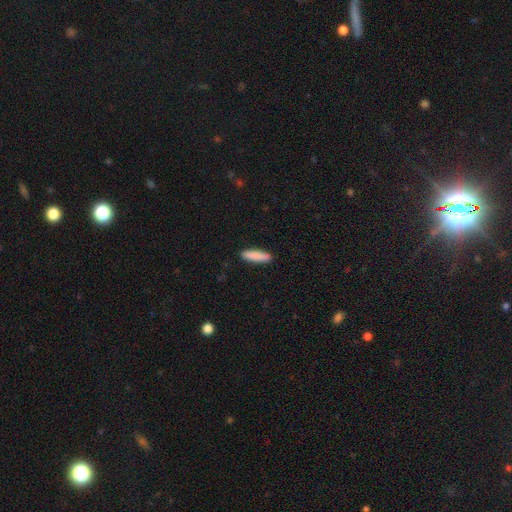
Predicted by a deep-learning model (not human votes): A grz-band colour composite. It shows a smooth galaxy with no disk features (88%) that is cigar-shaped (73%). Merging: none (90%).